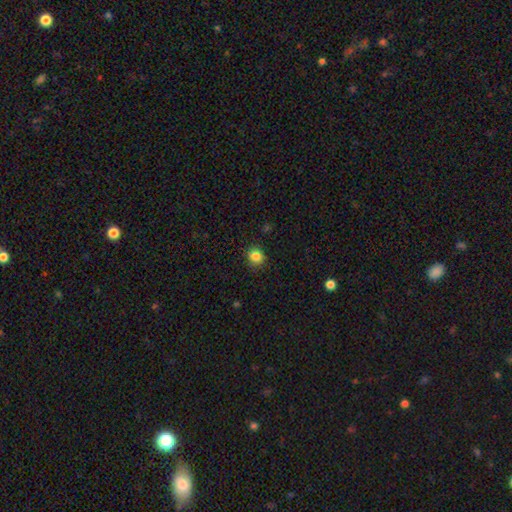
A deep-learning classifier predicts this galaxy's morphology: smooth_or_featured: smooth (p=0.84) [alt: star or artifact p=0.11]
how_rounded: round (p=0.83) [alt: in between p=0.16]
merging: none (p=0.87) [alt: minor disturbance p=0.09]